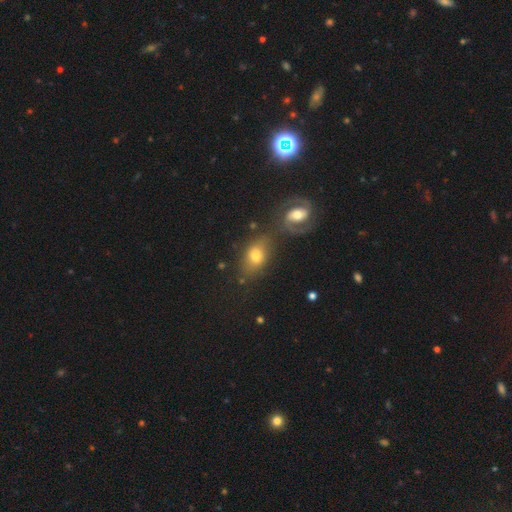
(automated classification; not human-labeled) A smooth galaxy with no disk features (59%) that is in between round and cigar-shaped (78%).

Vote fractions:
- Smooth or featured? smooth: 59% / featured or disk: 30% / star or artifact: 12%
- How rounded? in between: 78% / round: 20% / cigar-shaped: 3%
- Merging? none: 57% / merger: 20% / minor disturbance: 16% / major disturbance: 8%